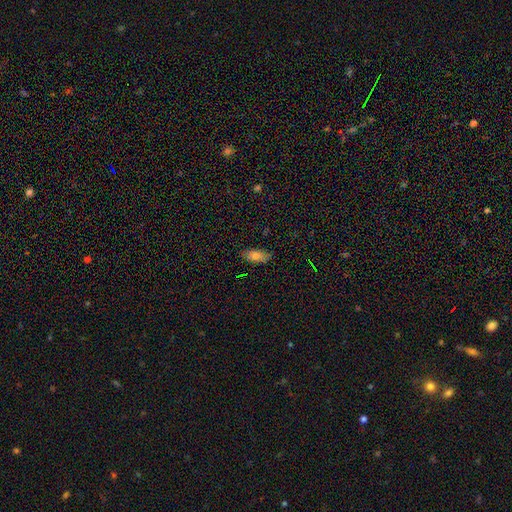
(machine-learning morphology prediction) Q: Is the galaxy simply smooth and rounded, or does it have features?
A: smooth — 77%.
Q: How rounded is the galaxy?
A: in between — 86%.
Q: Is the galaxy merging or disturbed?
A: none — 86%.